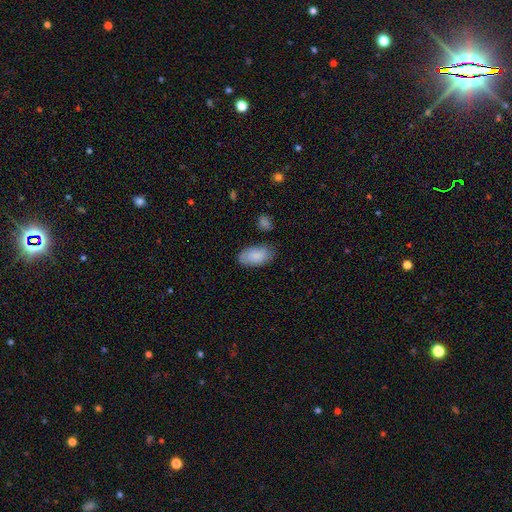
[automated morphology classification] This is clearly a smooth galaxy (83%). How rounded: clearly in between (94%). Merging: likely none (73%).